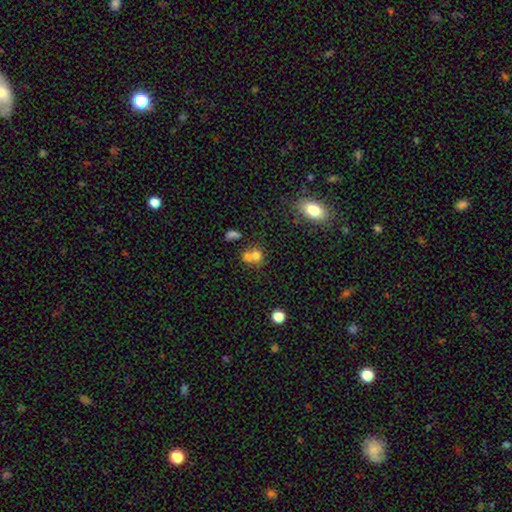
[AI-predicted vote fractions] A smooth galaxy with no disk features (71%) that is round (70%).

Vote fractions:
- Smooth or featured? smooth: 71% / featured or disk: 15% / star or artifact: 14%
- How rounded? round: 70% / in between: 29% / cigar-shaped: 1%
- Merging? merger: 56% / none: 32% / minor disturbance: 8% / major disturbance: 4%